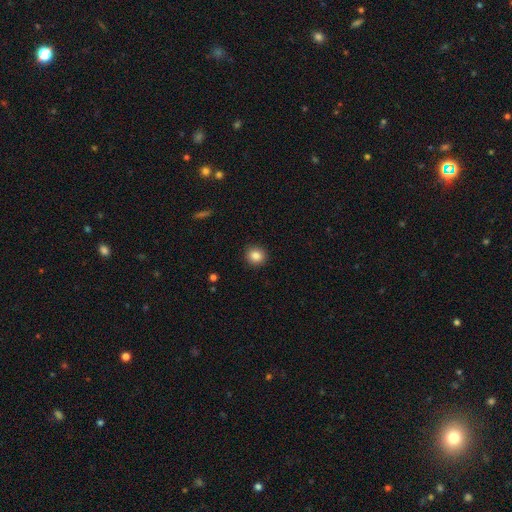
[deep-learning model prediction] smooth-or-featured: smooth: 85% | star or artifact: 10% | featured or disk: 5%
  how-rounded: round: 88% | in between: 11% | cigar-shaped: 1%
  merging: none: 92% | minor disturbance: 6% | major disturbance: 2% | merger: 1%